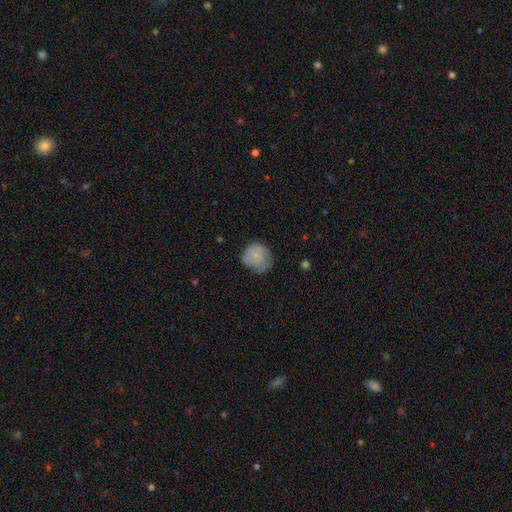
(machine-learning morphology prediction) A smooth galaxy with no disk features (66%) that is round (78%).

Vote fractions:
- Smooth or featured? smooth: 66% / featured or disk: 26% / star or artifact: 8%
- How rounded? round: 78% / in between: 21% / cigar-shaped: 1%
- Merging? none: 49% / minor disturbance: 35% / major disturbance: 14% / merger: 2%